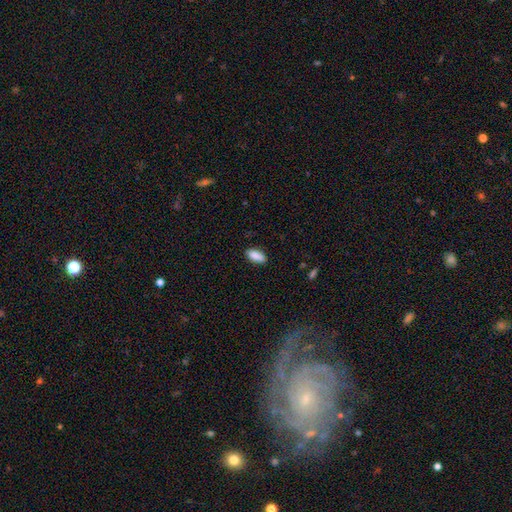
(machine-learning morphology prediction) This is clearly a smooth galaxy (88%). How rounded: clearly in between (84%). Merging: clearly none (85%).